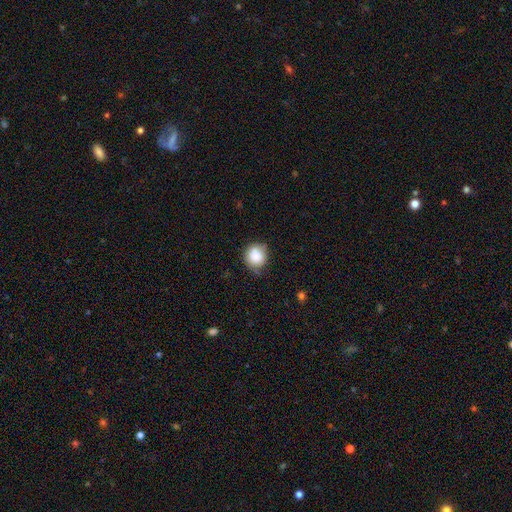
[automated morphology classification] Smooth or featured: smooth — 85% (star or artifact — 9%)
How rounded: round — 83% (in between — 16%)
Merging: none — 65% (minor disturbance — 26%)